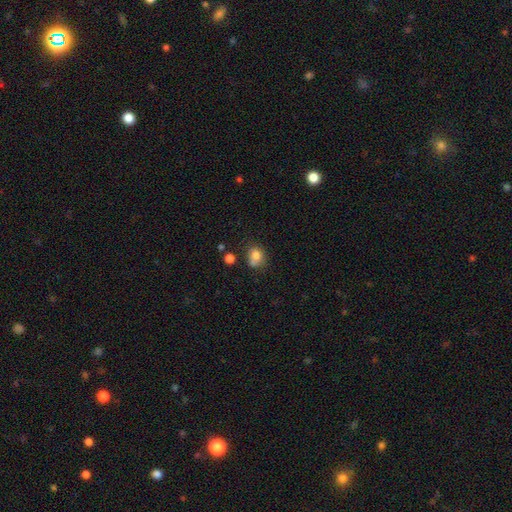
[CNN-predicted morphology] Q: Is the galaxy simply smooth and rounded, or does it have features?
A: smooth — 78%.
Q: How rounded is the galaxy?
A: round — 61%.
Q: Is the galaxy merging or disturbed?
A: none — 51%.